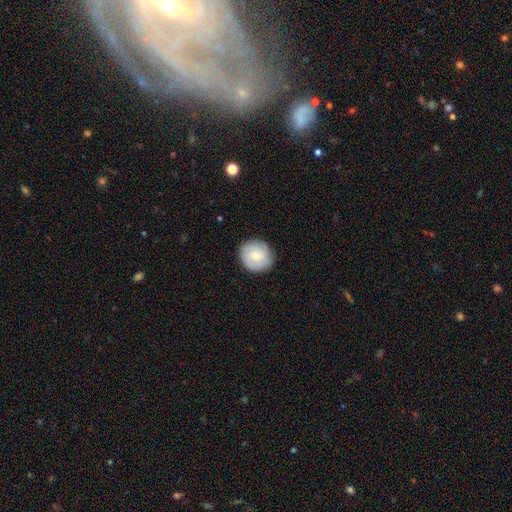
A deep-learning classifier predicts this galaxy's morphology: The model was most divided on "smooth or featured": smooth: 58%, featured or disk: 36%, star or artifact: 7%. More confident: how rounded — round (89%); merging — none (87%).